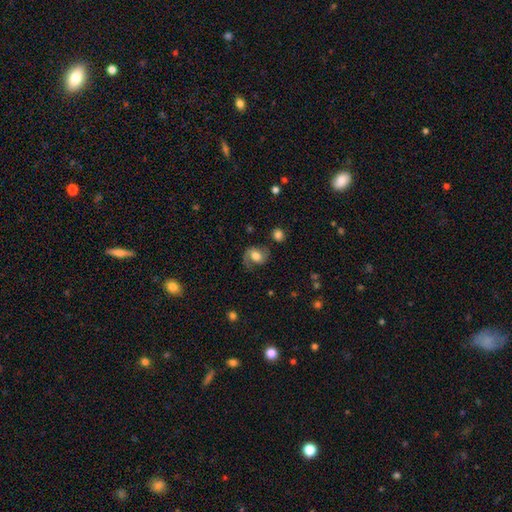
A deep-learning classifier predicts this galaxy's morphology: This is possibly a featured or disk galaxy (58%). It is clearly not viewed edge-on (97%). Bar: possibly no (52%). Spiral arm pattern: clearly yes (88%). Central bulge: marginally moderate (42%). Merging: likely none (64%).